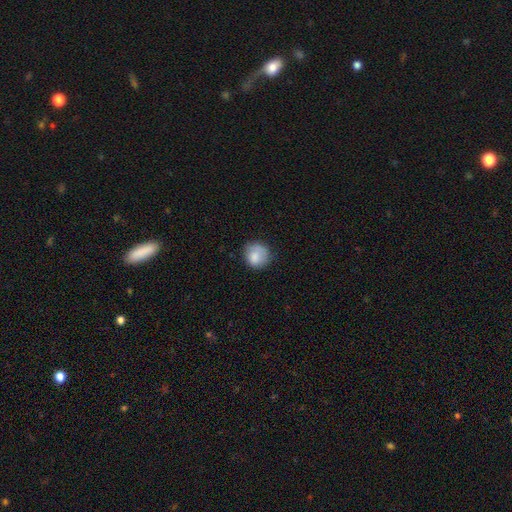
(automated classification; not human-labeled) Q: Smooth or featured?
A: smooth (81%); runner-up: featured or disk (10%)
Q: How rounded?
A: round (82%); runner-up: in between (17%)
Q: Merging?
A: none (65%); runner-up: minor disturbance (26%)